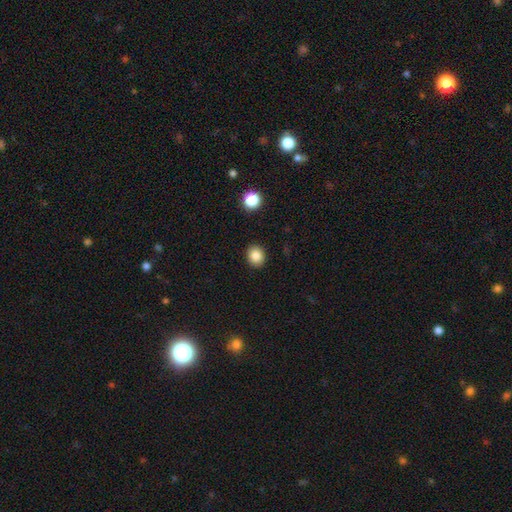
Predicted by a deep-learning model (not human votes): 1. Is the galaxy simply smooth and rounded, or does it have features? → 84% smooth, 10% star or artifact, 5% featured or disk.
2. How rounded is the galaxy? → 67% round, 32% in between, 1% cigar-shaped.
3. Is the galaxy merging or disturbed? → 90% none, 7% minor disturbance, 2% major disturbance, 1% merger.